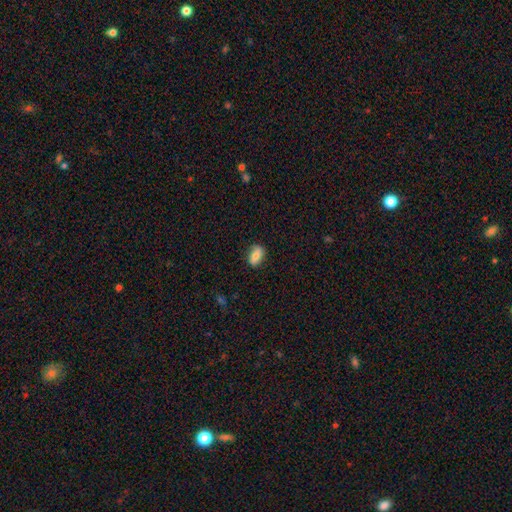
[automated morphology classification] Overall: smooth (79%). How rounded: in between (87%). Merging: none (79%).